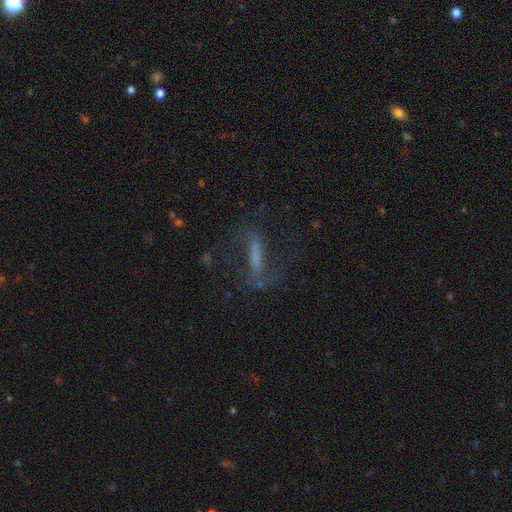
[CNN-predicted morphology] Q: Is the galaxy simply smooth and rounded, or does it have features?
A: featured or disk — 57%.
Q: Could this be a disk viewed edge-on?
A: no — 72%.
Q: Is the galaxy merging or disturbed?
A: none — 63%.